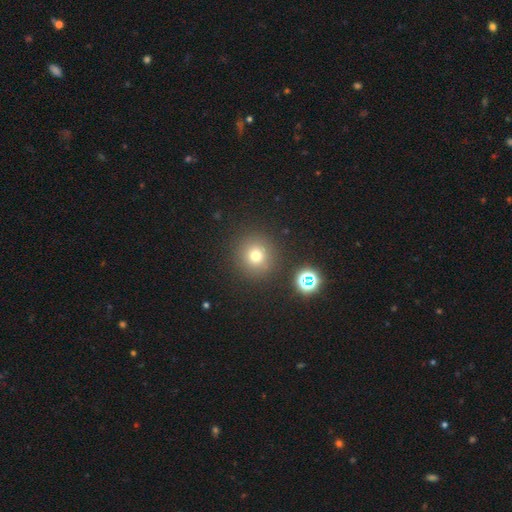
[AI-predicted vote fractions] A smooth galaxy with no disk features (73%) that is round (94%).

Vote fractions:
- Smooth or featured? smooth: 73% / star or artifact: 18% / featured or disk: 9%
- How rounded? round: 94% / in between: 5% / cigar-shaped: 1%
- Merging? none: 87% / minor disturbance: 7% / merger: 3% / major disturbance: 3%